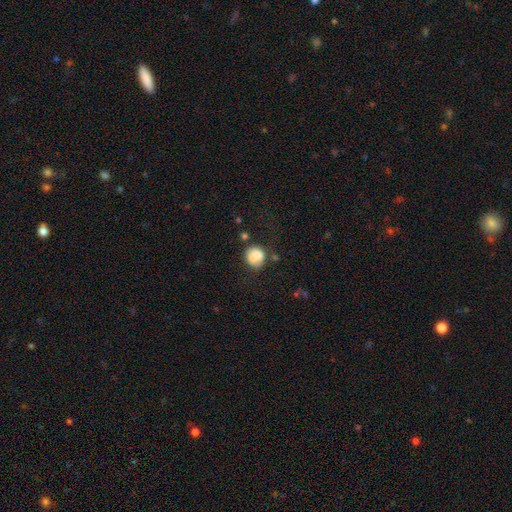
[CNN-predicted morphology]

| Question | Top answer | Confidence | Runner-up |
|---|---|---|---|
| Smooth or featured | smooth | 79% | featured or disk (12%) |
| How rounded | round | 71% | in between (28%) |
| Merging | none | 51% | minor disturbance (24%) |